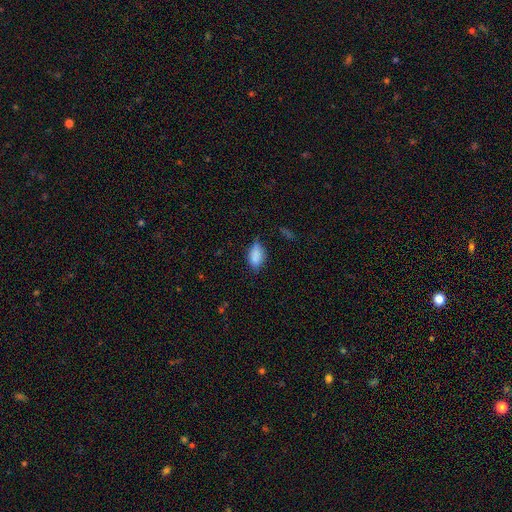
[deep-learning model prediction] Overall: smooth (85%). How rounded: in between (91%). Merging: none (56%; minor disturbance 34%).